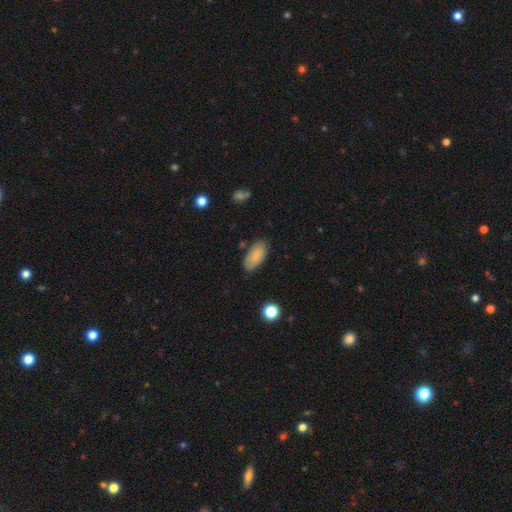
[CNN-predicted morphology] A smooth galaxy with no disk features (82%) that is in between round and cigar-shaped (92%).

Vote fractions:
- Smooth or featured? smooth: 82% / featured or disk: 12% / star or artifact: 7%
- How rounded? in between: 92% / cigar-shaped: 6% / round: 2%
- Merging? none: 79% / minor disturbance: 16% / major disturbance: 3% / merger: 2%